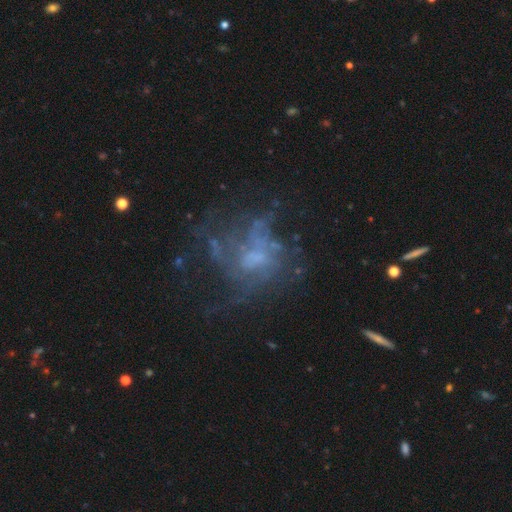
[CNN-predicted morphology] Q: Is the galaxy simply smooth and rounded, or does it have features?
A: featured or disk — 66%.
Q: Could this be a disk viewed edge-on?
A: no — 97%.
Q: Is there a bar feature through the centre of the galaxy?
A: no — 75%.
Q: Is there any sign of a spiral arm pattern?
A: yes — 50%, tied with no.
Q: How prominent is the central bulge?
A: none — 38%.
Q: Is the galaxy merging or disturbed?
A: none — 48%.